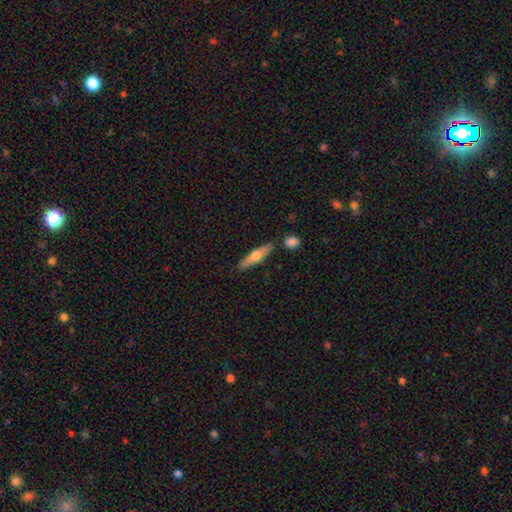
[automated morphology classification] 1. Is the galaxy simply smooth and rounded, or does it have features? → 48% featured or disk, 47% smooth, 6% star or artifact.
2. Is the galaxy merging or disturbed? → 82% none, 9% minor disturbance, 6% merger, 2% major disturbance.